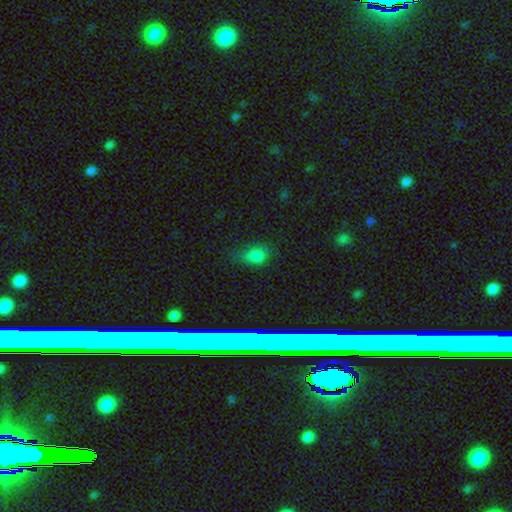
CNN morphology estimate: This is likely a smooth galaxy (76%). How rounded: likely in between (72%). Merging: likely none (62%).